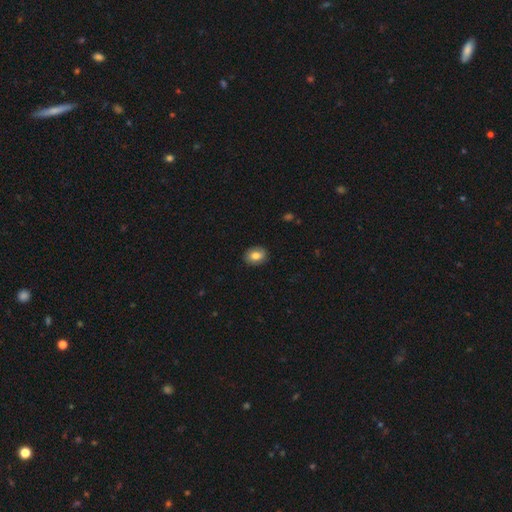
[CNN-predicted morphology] Smooth or featured?
  - smooth: 77% *
  - featured or disk: 16%
  - star or artifact: 8%
How rounded?
  - in between: 61% *
  - round: 38%
  - cigar-shaped: 1%
Merging?
  - none: 87% *
  - minor disturbance: 10%
  - major disturbance: 2%
  - merger: 1%